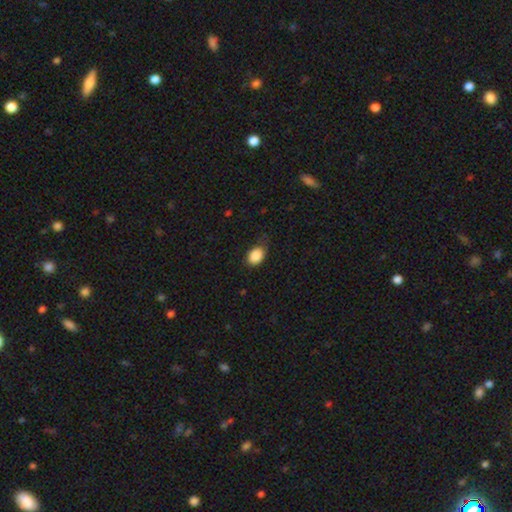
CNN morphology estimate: Q: Smooth or featured?
A: smooth (89%); runner-up: star or artifact (8%)
Q: How rounded?
A: in between (71%); runner-up: round (28%)
Q: Merging?
A: none (66%); runner-up: minor disturbance (27%)